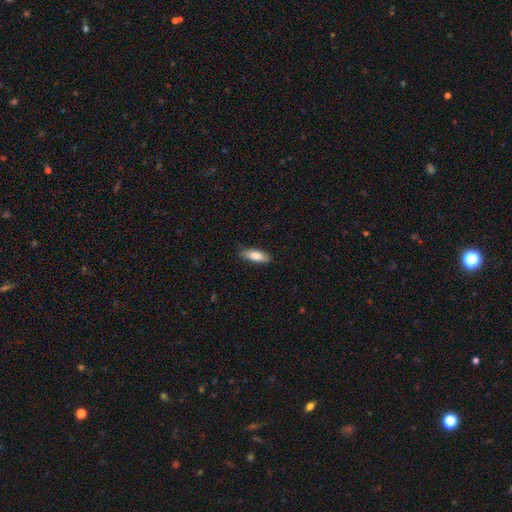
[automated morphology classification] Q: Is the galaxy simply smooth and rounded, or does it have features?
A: smooth — 83%.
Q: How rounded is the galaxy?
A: in between — 61%.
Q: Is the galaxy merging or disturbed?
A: none — 82%.